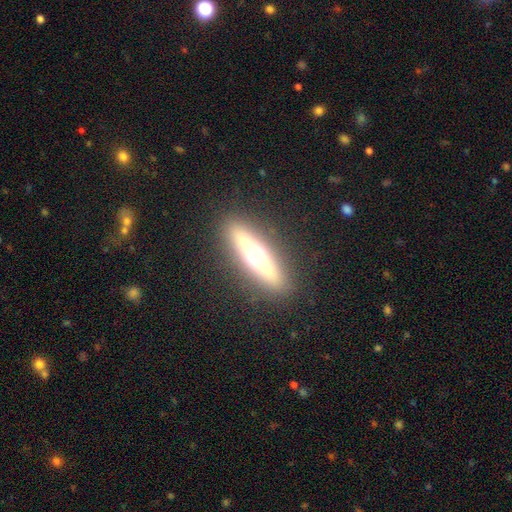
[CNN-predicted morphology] Smooth or featured: featured or disk — 59% (smooth — 32%)
Edge-on disk: yes — 90% (no — 10%)
Edge-on bulge: rounded — 93% (boxy — 4%)
Merging: none — 88% (minor disturbance — 8%)